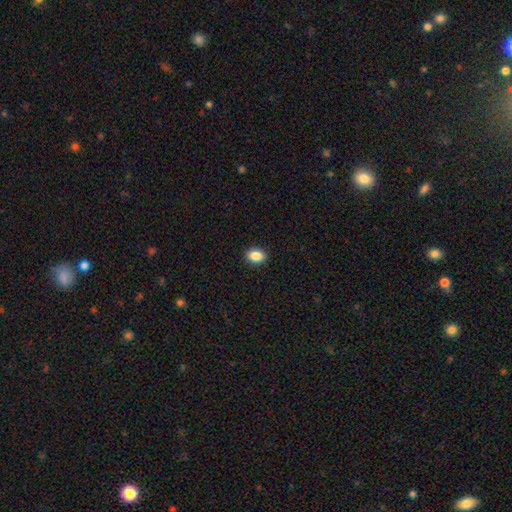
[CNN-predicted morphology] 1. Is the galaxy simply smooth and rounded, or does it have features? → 87% smooth, 9% star or artifact, 4% featured or disk.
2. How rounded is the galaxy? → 68% in between, 30% round, 1% cigar-shaped.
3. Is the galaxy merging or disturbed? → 91% none, 6% minor disturbance, 2% major disturbance, 1% merger.